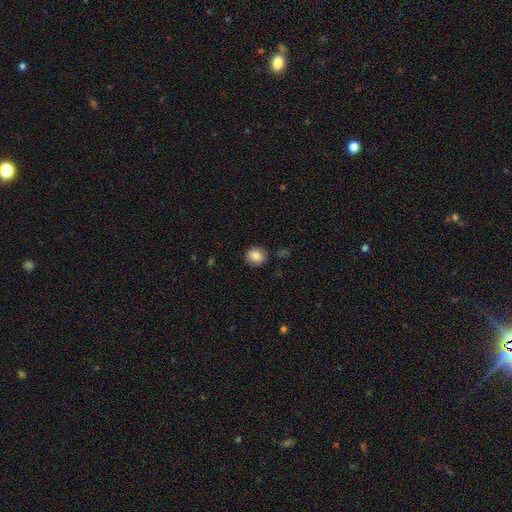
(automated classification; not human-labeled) smooth_or_featured: smooth (p=0.85) [alt: star or artifact p=0.09]
how_rounded: round (p=0.80) [alt: in between p=0.19]
merging: none (p=0.88) [alt: minor disturbance p=0.08]